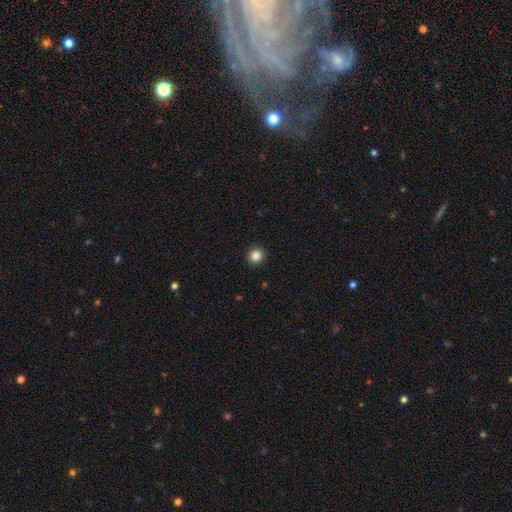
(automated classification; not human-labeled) A smooth galaxy with no disk features (86%) that is round (94%). Merging: none (93%).